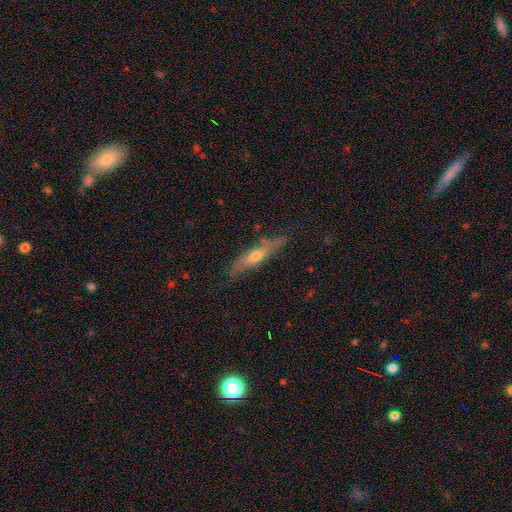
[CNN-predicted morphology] This is likely a featured or disk galaxy (62%). It is clearly viewed edge-on (87%). Edge-on bulge: clearly rounded (86%). Merging: clearly none (81%).